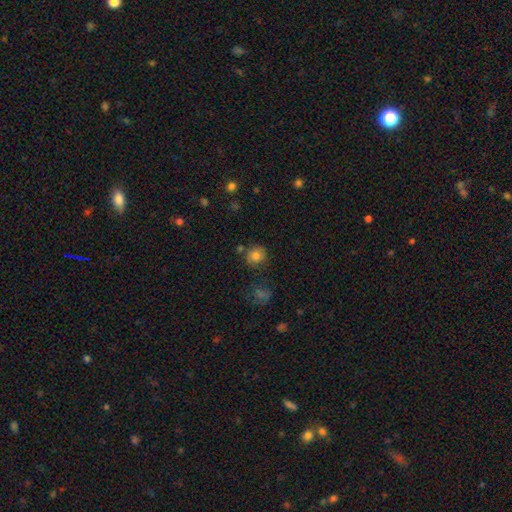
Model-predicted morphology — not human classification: Smooth or featured? smooth (80%)
How rounded? round (87%)
Merging? none (75%)